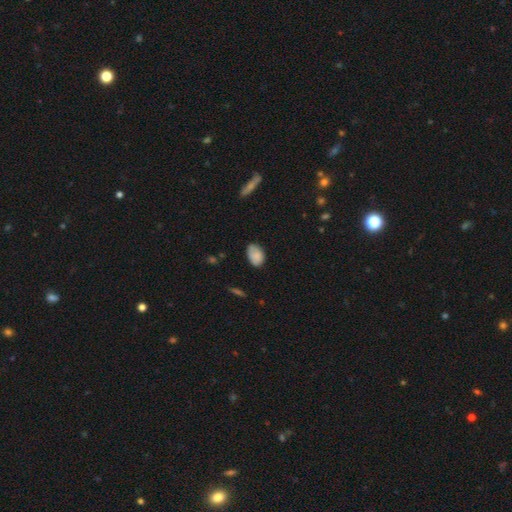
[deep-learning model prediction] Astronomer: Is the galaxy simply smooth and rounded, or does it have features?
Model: smooth — 83%.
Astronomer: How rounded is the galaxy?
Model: in between — 85%.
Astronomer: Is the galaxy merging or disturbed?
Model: none — 63%.